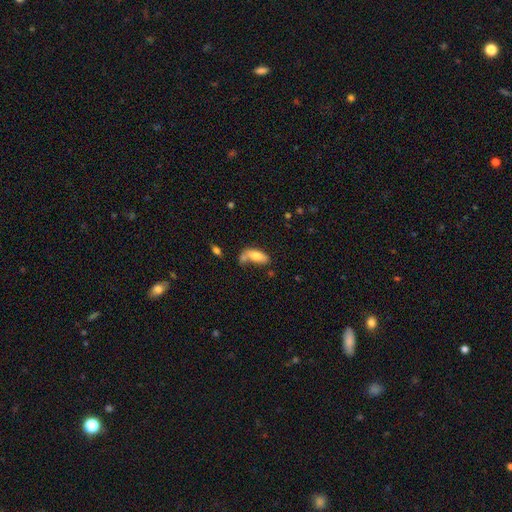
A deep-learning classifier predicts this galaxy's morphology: Overall: smooth (75%). How rounded: in between (80%). Merging: none (34%; merger 33%).